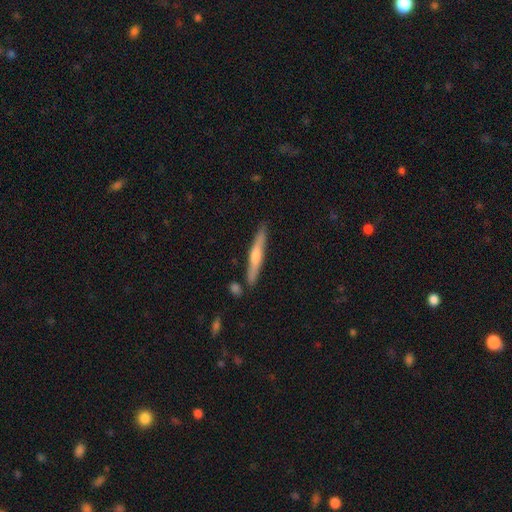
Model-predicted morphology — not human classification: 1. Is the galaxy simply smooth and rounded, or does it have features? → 47% featured or disk (tied), 47% smooth (tied), 6% star or artifact.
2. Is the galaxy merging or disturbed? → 83% none, 11% minor disturbance, 5% merger, 2% major disturbance.